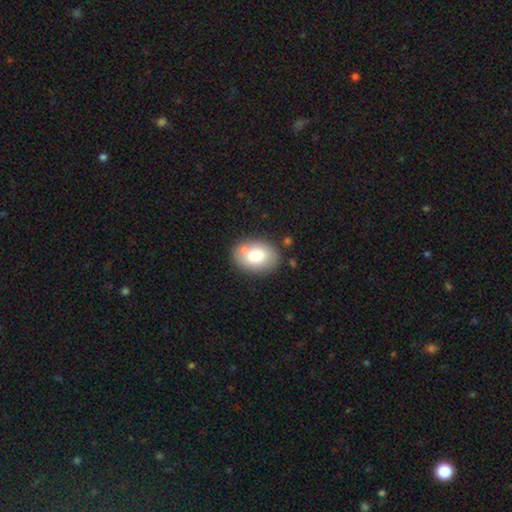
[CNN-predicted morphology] A smooth galaxy with no disk features (77%) that is in between round and cigar-shaped (77%). Merging: none (73%).